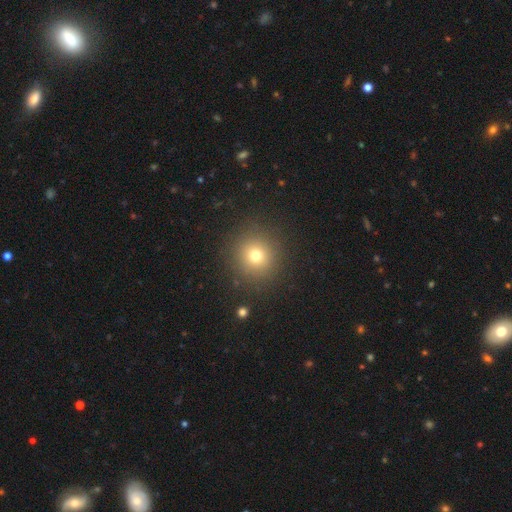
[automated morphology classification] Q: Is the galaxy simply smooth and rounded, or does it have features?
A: smooth — 73%.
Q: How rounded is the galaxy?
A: round — 93%.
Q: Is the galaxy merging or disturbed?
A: none — 89%.